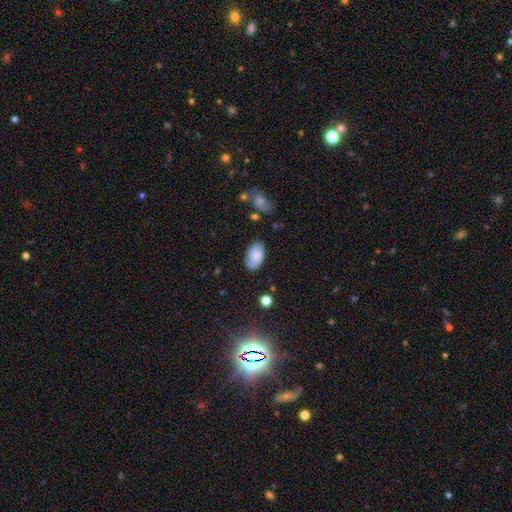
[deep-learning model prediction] smooth 79%, featured or disk 14%, star or artifact 7%. Down the decision tree: how rounded — in between (94%); merging — none (77%).